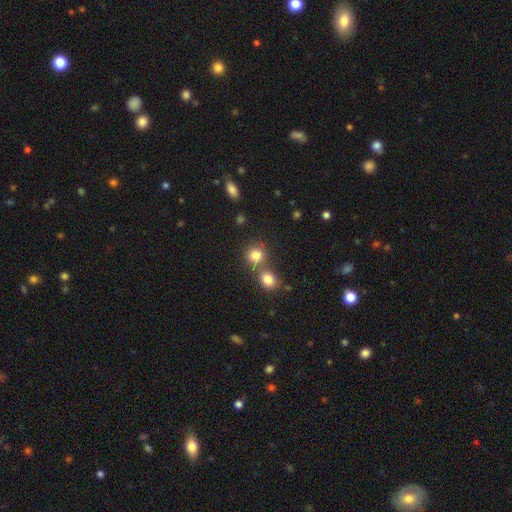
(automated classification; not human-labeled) A smooth galaxy with no disk features (81%) that is round (85%). Merging: none (54%).